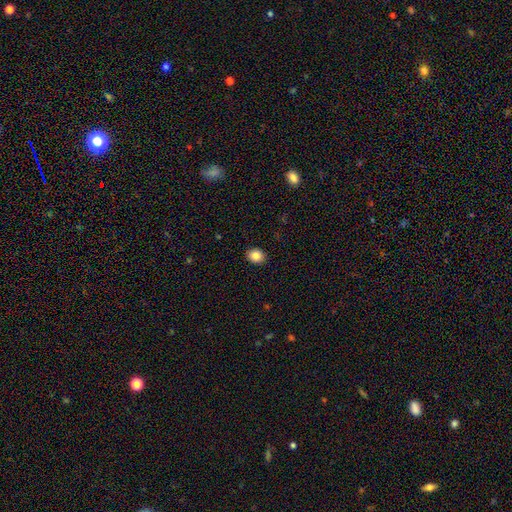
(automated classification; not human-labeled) A smooth galaxy with no disk features (84%) that is round (54%). Merging: none (91%).